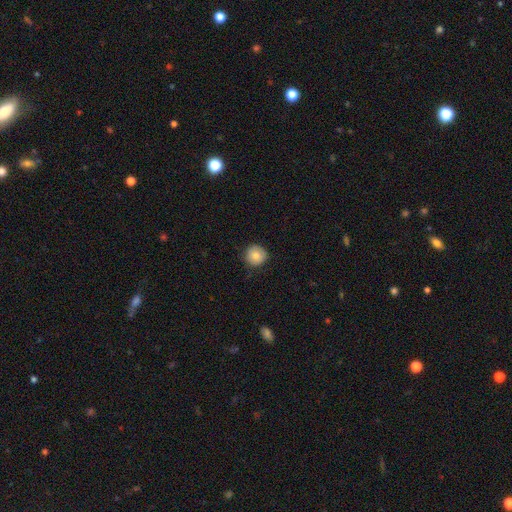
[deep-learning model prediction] Smooth or featured?
  - smooth: 84% *
  - star or artifact: 9%
  - featured or disk: 8%
How rounded?
  - round: 94% *
  - in between: 6%
  - cigar-shaped: 1%
Merging?
  - none: 87% *
  - minor disturbance: 10%
  - major disturbance: 2%
  - merger: 1%